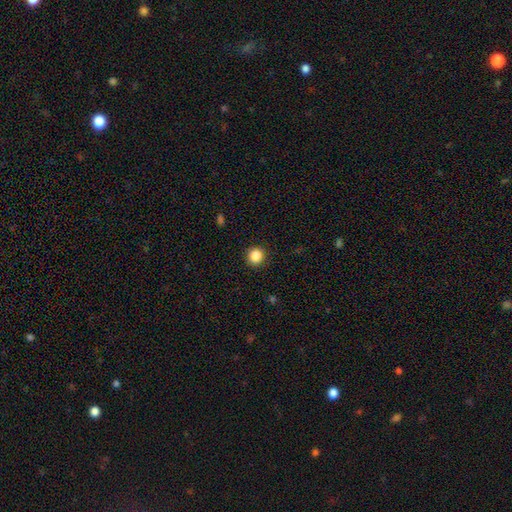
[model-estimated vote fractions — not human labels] This is clearly a smooth galaxy (86%). How rounded: clearly round (91%). Merging: clearly none (91%).